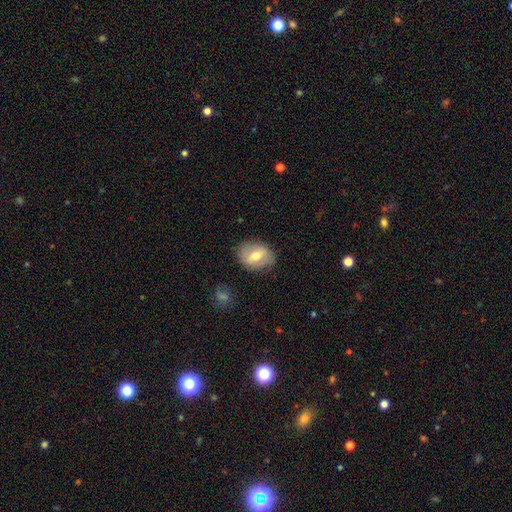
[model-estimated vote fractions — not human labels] This is possibly a smooth galaxy (51%). How rounded: likely in between (63%). Merging: clearly none (81%).